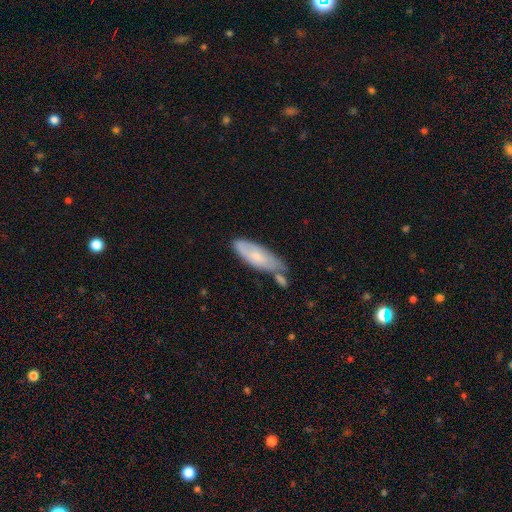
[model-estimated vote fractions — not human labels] Morphology: type=smooth (65%); roundness=in between (60%); merging=none (46%).